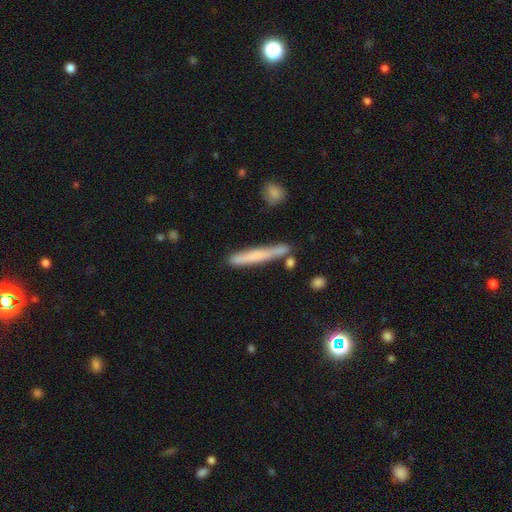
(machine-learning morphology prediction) smooth 64%, featured or disk 29%, star or artifact 8%. Down the decision tree: how rounded — cigar-shaped (95%); merging — none (77%).